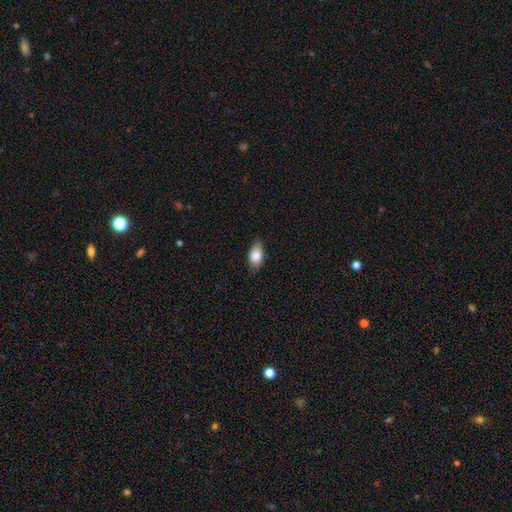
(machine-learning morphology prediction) Overall: smooth (82%). How rounded: in between (88%). Merging: none (80%).